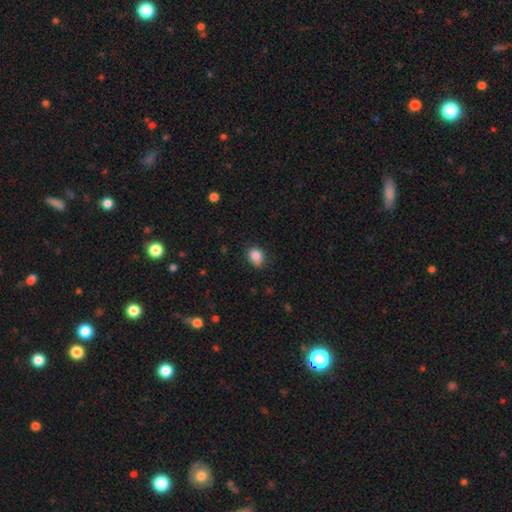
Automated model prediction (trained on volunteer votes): smooth-or-featured: smooth: 87% | star or artifact: 9% | featured or disk: 4%
  how-rounded: in between: 67% | round: 32% | cigar-shaped: 1%
  merging: none: 71% | minor disturbance: 23% | major disturbance: 5% | merger: 1%